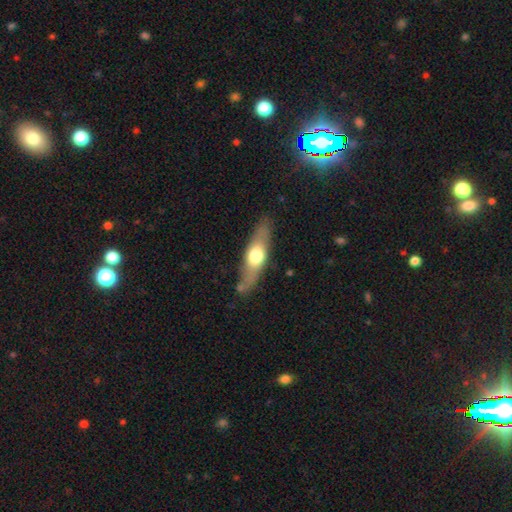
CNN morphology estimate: smooth_or_featured: smooth (p=0.51) [alt: featured or disk p=0.44]
how_rounded: cigar-shaped (p=0.55) [alt: in between p=0.42]
merging: none (p=0.79) [alt: minor disturbance p=0.14]